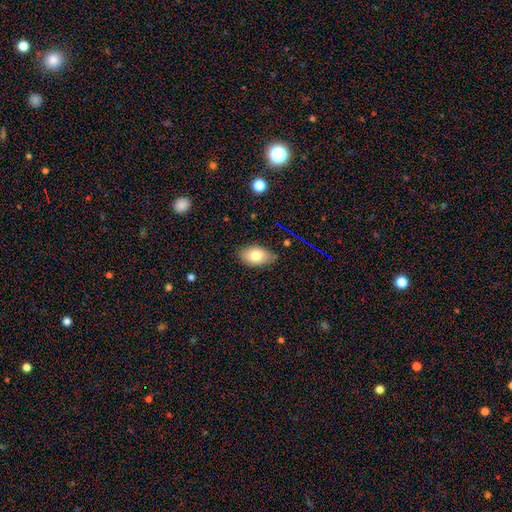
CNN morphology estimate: smooth-or-featured: smooth: 78% | featured or disk: 13% | star or artifact: 9%
  how-rounded: in between: 89% | round: 9% | cigar-shaped: 2%
  merging: none: 82% | minor disturbance: 14% | major disturbance: 3% | merger: 2%